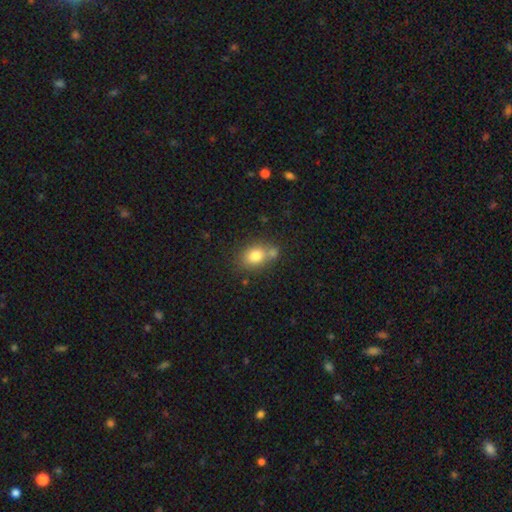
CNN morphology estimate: Q: Smooth or featured?
A: smooth (79%); runner-up: featured or disk (11%)
Q: How rounded?
A: in between (63%); runner-up: round (36%)
Q: Merging?
A: none (53%); runner-up: merger (27%)